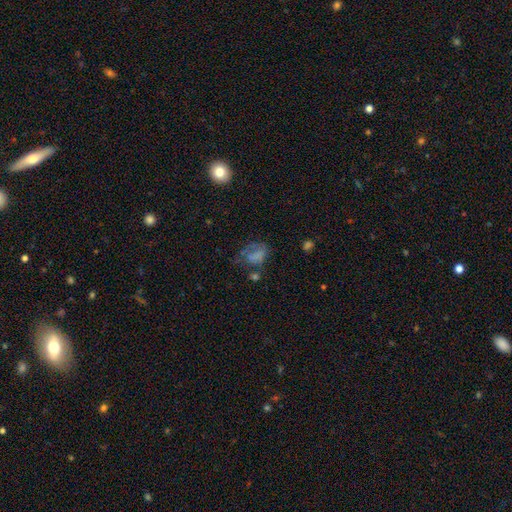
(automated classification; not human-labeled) A smooth galaxy with no disk features (59%) that is in between round and cigar-shaped (71%). Merging: major disturbance (39%).